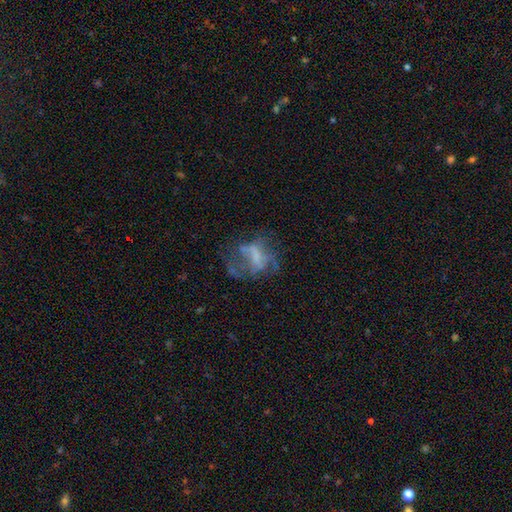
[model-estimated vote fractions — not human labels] Overall: featured or disk (56%; smooth 27%). Edge-on disk: no (97%). Bar: no (63%; weak 27%). Spiral arms: no (68%; yes 32%). Bulge size: none (55%; small 22%). Merging: major disturbance (42%; none 36%).